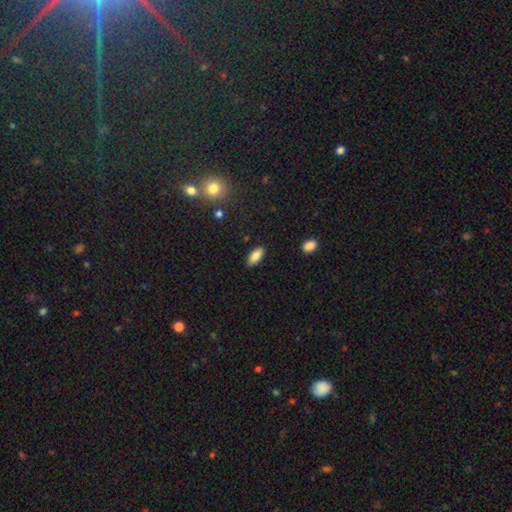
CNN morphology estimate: Smooth or featured? smooth (86%)
How rounded? in between (90%)
Merging? none (87%)